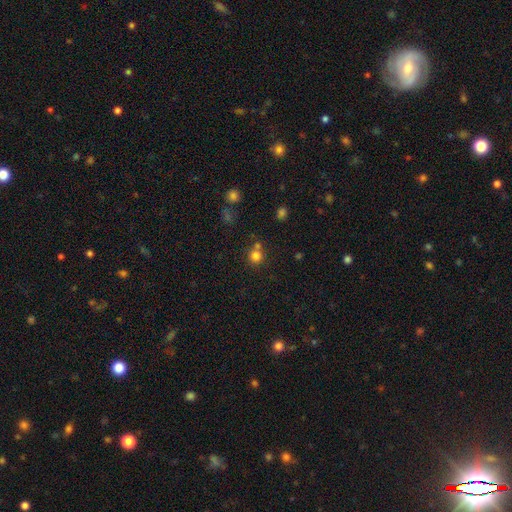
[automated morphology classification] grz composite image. It shows a smooth galaxy with no disk features (79%) that is round (91%). Merging: none (65%).